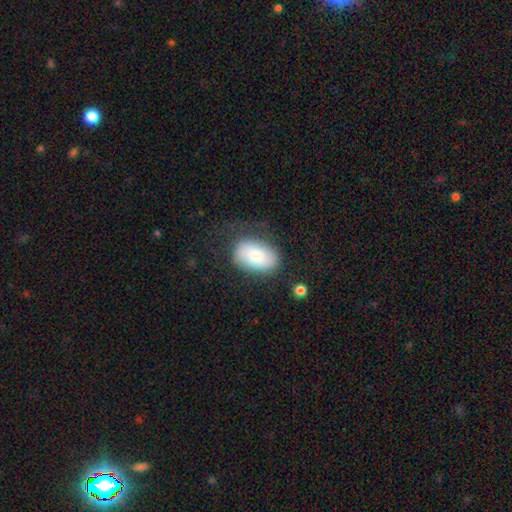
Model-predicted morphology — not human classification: Overall: smooth (77%). How rounded: in between (87%). Merging: none (64%).